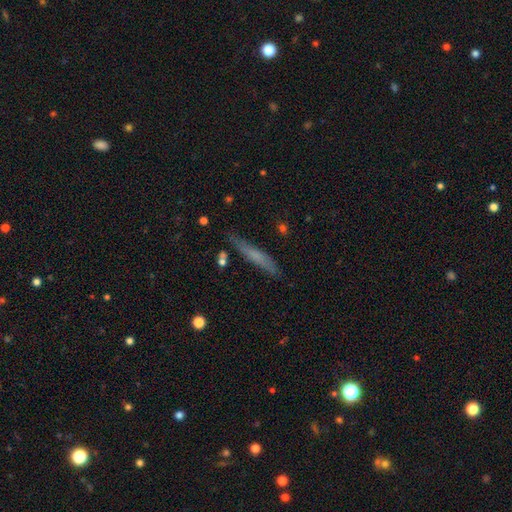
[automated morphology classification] Smooth or featured: smooth — 58% (featured or disk — 34%)
How rounded: cigar-shaped — 92% (in between — 6%)
Merging: none — 79% (minor disturbance — 15%)